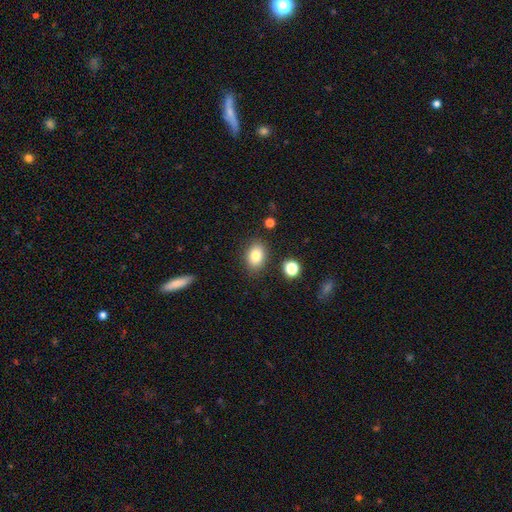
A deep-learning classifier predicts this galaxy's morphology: A smooth galaxy with no disk features (82%) that is in between round and cigar-shaped (78%). Merging: none (85%).